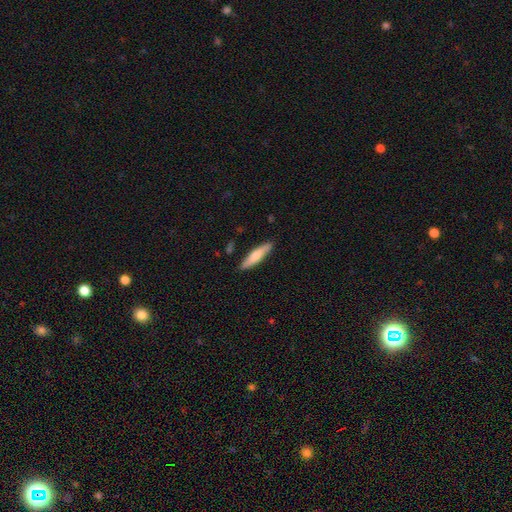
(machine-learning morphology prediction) Smooth or featured?
  - smooth: 70% *
  - featured or disk: 25%
  - star or artifact: 6%
How rounded?
  - cigar-shaped: 81% *
  - in between: 18%
  - round: 1%
Merging?
  - none: 86% *
  - minor disturbance: 11%
  - major disturbance: 2%
  - merger: 2%